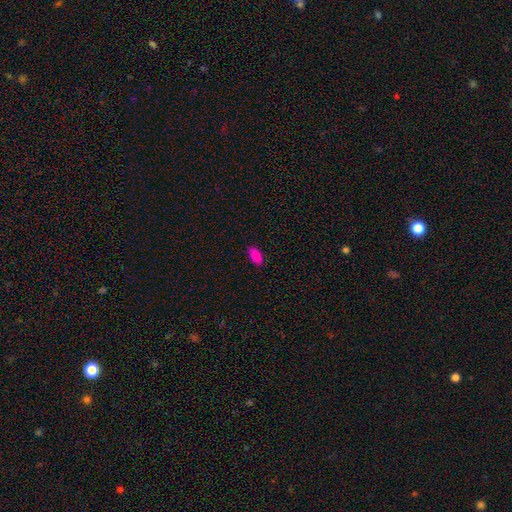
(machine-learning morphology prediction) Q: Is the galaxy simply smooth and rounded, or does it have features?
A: smooth — 86%.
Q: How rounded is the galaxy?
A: in between — 93%.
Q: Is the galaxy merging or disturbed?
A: none — 87%.